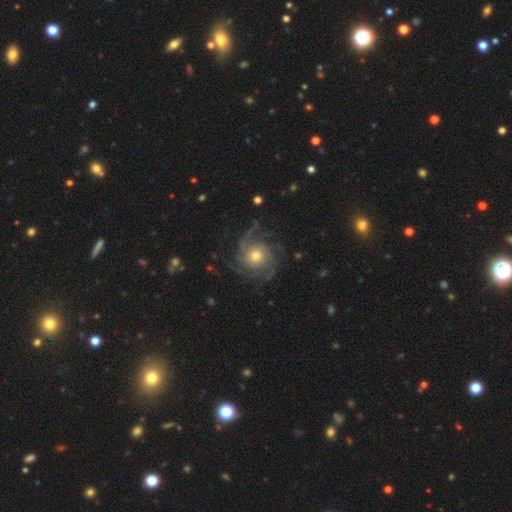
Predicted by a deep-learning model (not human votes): Q: Smooth or featured?
A: featured or disk (85%); runner-up: smooth (9%)
Q: Edge-on disk?
A: no (98%); runner-up: yes (2%)
Q: Bar?
A: no (80%); runner-up: weak (17%)
Q: Spiral arms?
A: yes (96%); runner-up: no (4%)
Q: Spiral winding?
A: tight (48%); runner-up: medium (38%)
Q: Spiral arm count?
A: 3 (30%); runner-up: can't tell (21%)
Q: Bulge size?
A: moderate (61%); runner-up: small (26%)
Q: Merging?
A: none (73%); runner-up: minor disturbance (14%)